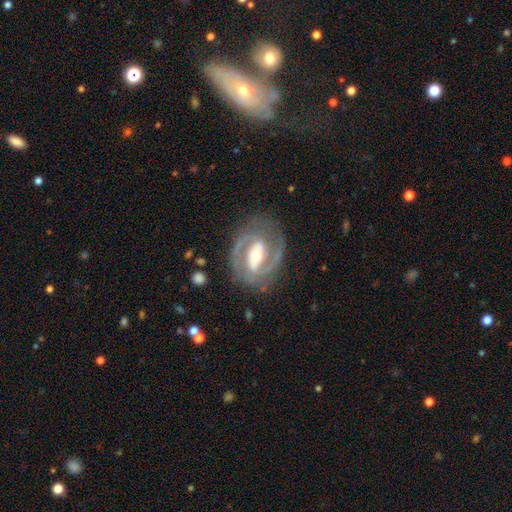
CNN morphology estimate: type=featured or disk (89%); edge-on=no (96%); bar=strong (50%); spiral arms=yes (95%); winding=medium (50%); arm count=2 (88%); bulge=moderate (67%); merging=none (79%).